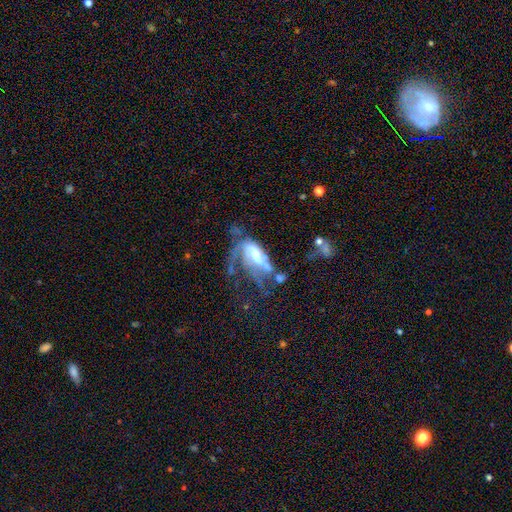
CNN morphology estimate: This appears to be a featured or disk galaxy (68%) with no bar (42%), spiral arms (65%) and a moderate central bulge (34%). Merging: major disturbance (48%).